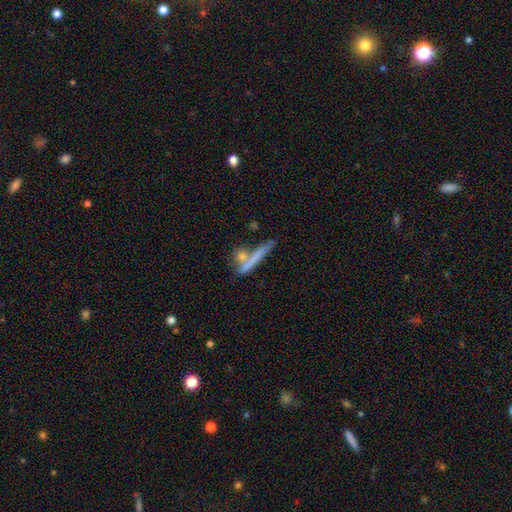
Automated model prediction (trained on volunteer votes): Morphology: type=smooth (46%); merging=none (52%).